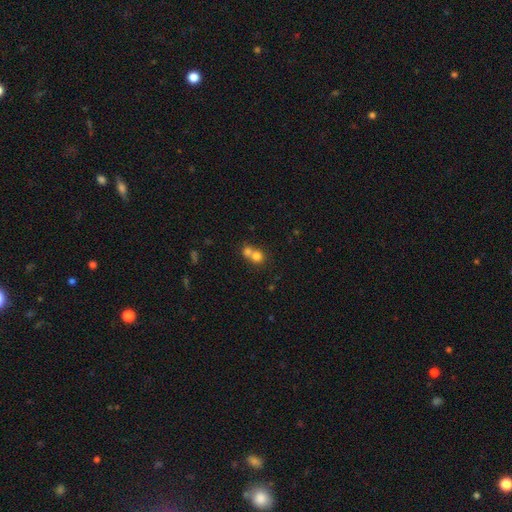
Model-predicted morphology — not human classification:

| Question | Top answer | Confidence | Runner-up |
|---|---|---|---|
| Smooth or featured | smooth | 75% | featured or disk (13%) |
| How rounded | round | 80% | in between (19%) |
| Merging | merger | 62% | none (31%) |